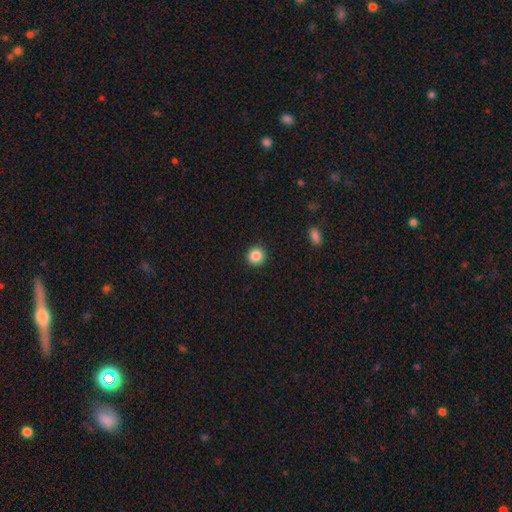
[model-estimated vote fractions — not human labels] This appears to be a smooth galaxy with no disk features (86%) that is round (94%). Merging: none (93%).